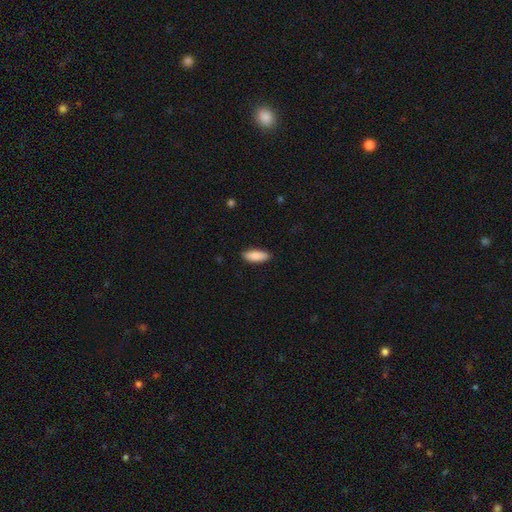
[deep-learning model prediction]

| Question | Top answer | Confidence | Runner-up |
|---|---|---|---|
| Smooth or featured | smooth | 87% | featured or disk (7%) |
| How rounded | in between | 72% | cigar-shaped (26%) |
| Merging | none | 88% | minor disturbance (9%) |